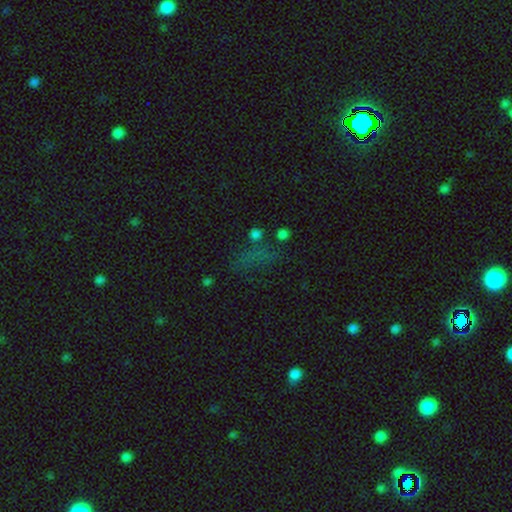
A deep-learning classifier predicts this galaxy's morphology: This is possibly a star or artifact rather than a galaxy (54%).